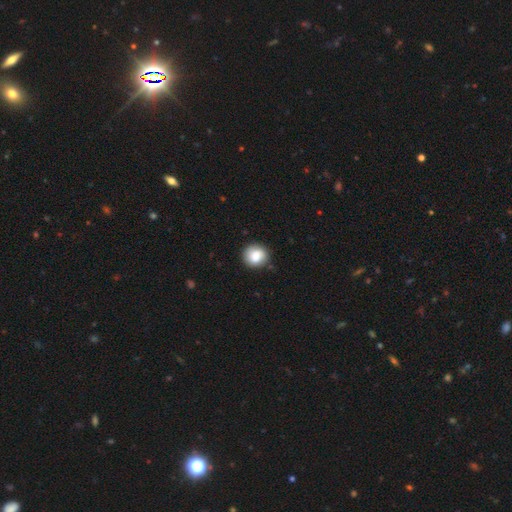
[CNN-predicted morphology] smooth 82%, featured or disk 10%, star or artifact 8%. Down the decision tree: how rounded — round (87%); merging — none (84%).